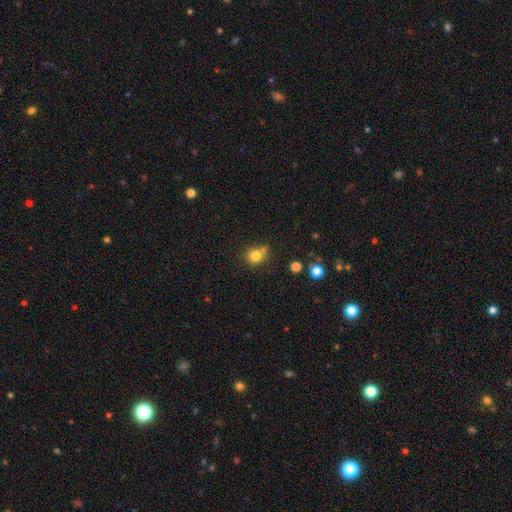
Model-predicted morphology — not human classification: Overall: smooth (80%). How rounded: round (83%). Merging: none (59%; merger 22%).